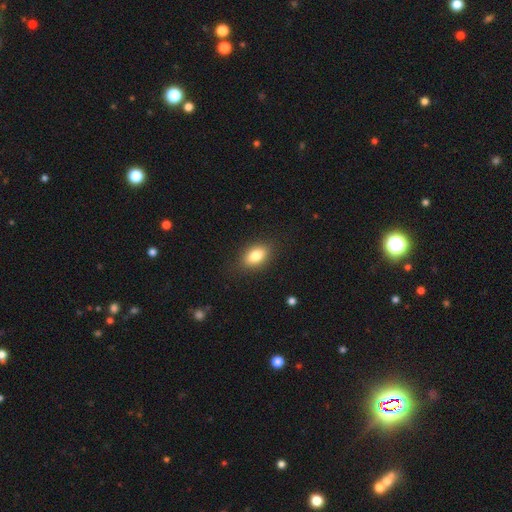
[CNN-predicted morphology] Smooth or featured? smooth (80%)
How rounded? in between (86%)
Merging? none (85%)